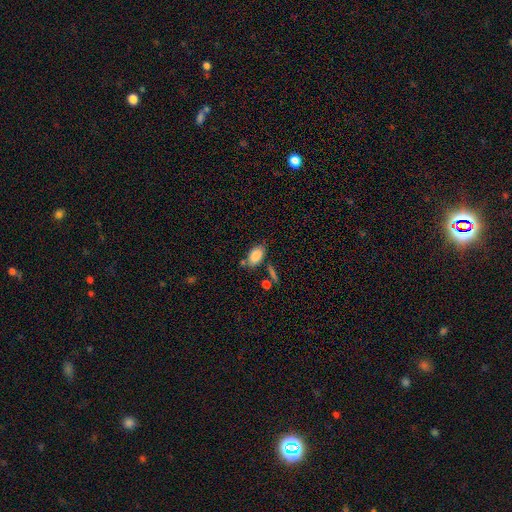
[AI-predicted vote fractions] The model was most divided on "merging": none: 66%, minor disturbance: 18%, merger: 11%, major disturbance: 5%. More confident: how rounded — in between (91%); smooth or featured — smooth (84%).